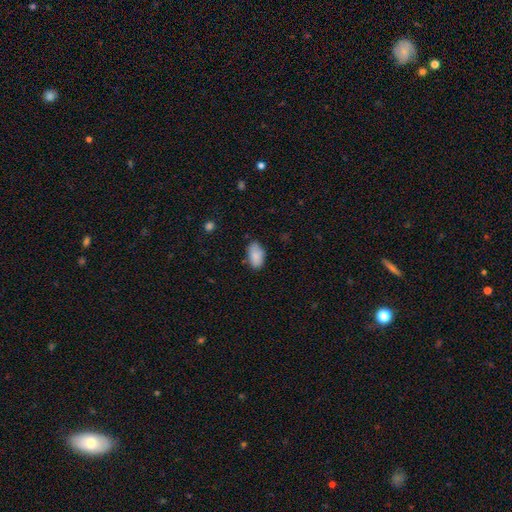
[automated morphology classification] A smooth galaxy with no disk features (87%) that is in between round and cigar-shaped (93%).

Vote fractions:
- Smooth or featured? smooth: 87% / star or artifact: 7% / featured or disk: 6%
- How rounded? in between: 93% / round: 4% / cigar-shaped: 2%
- Merging? none: 74% / minor disturbance: 20% / major disturbance: 4% / merger: 2%